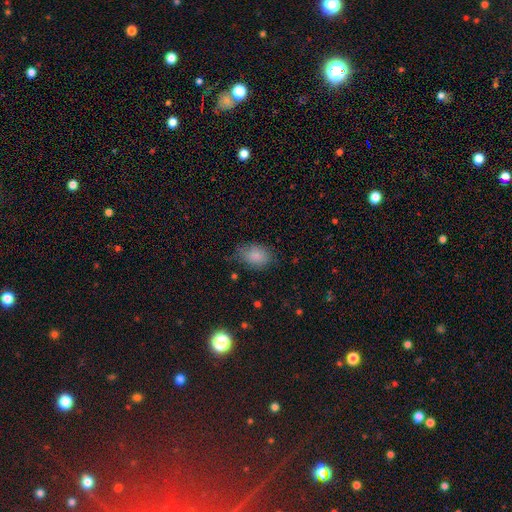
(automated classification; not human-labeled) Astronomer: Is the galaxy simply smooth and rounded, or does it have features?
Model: smooth — 86%.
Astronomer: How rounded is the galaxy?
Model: in between — 80%.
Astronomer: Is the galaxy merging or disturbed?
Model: none — 67%.